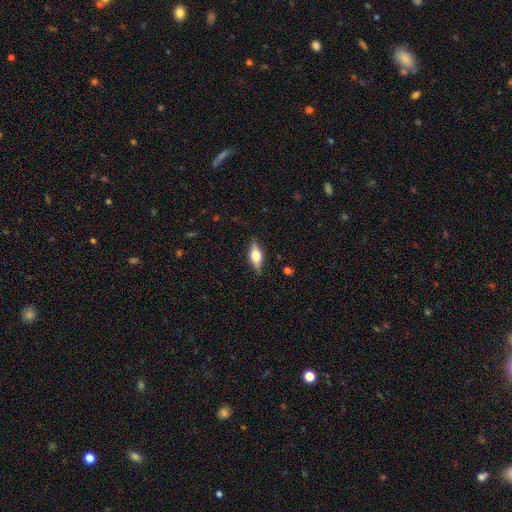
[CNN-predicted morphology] A featured or disk galaxy (50%) viewed edge-on (92%). Merging: none (83%).